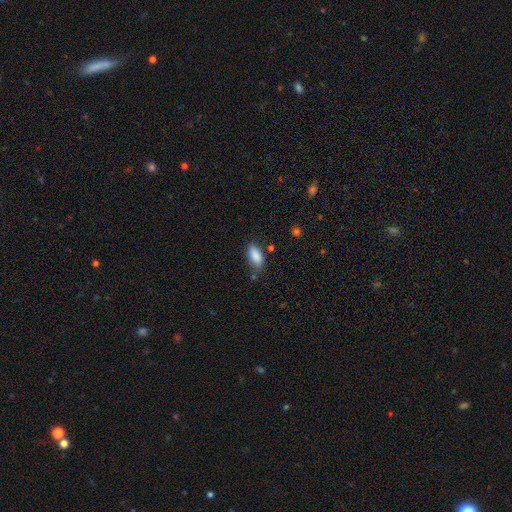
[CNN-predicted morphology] A smooth galaxy with no disk features (87%) that is in between round and cigar-shaped (89%).

Vote fractions:
- Smooth or featured? smooth: 87% / star or artifact: 7% / featured or disk: 6%
- How rounded? in between: 89% / cigar-shaped: 8% / round: 3%
- Merging? none: 69% / minor disturbance: 22% / major disturbance: 5% / merger: 4%